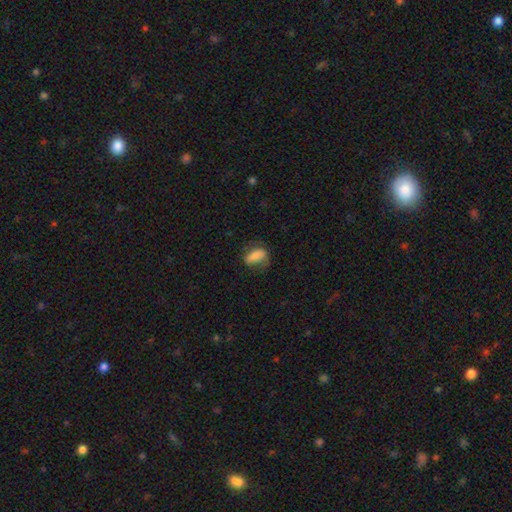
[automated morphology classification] Q: Smooth or featured?
A: smooth (74%); runner-up: featured or disk (18%)
Q: How rounded?
A: in between (82%); runner-up: cigar-shaped (11%)
Q: Merging?
A: none (60%); runner-up: minor disturbance (25%)